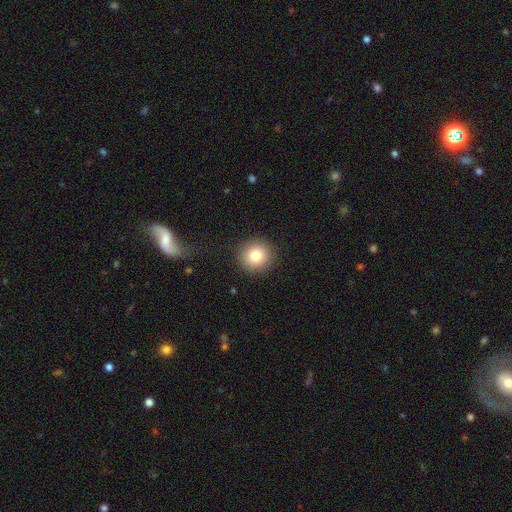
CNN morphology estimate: smooth 80%, star or artifact 11%, featured or disk 9%. Down the decision tree: how rounded — round (93%); merging — none (91%).